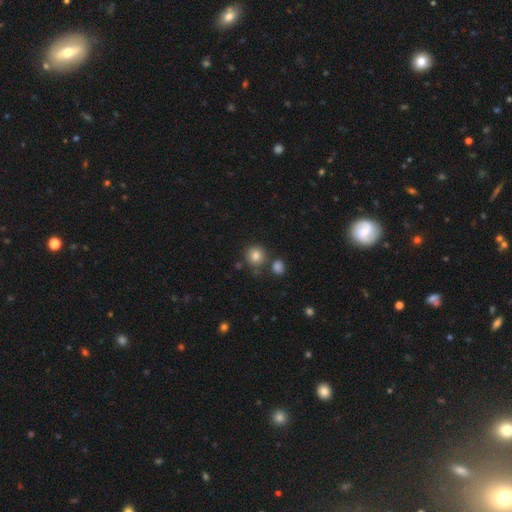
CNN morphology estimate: smooth-or-featured: smooth: 82% | star or artifact: 11% | featured or disk: 7%
  how-rounded: round: 90% | in between: 9% | cigar-shaped: 1%
  merging: none: 75% | merger: 13% | minor disturbance: 10% | major disturbance: 3%